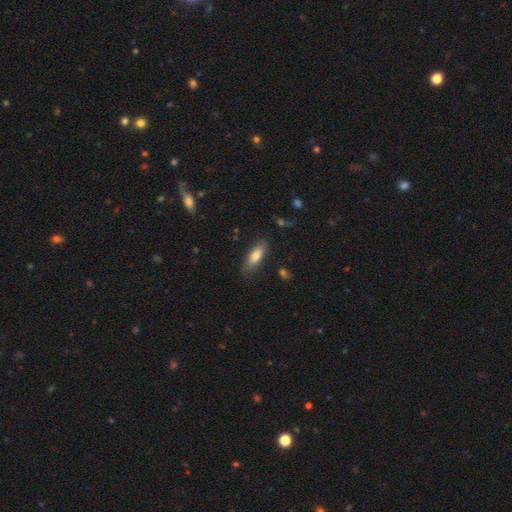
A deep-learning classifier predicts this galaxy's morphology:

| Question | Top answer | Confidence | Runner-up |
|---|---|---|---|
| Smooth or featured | smooth | 77% | featured or disk (16%) |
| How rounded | in between | 71% | cigar-shaped (27%) |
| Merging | none | 78% | minor disturbance (17%) |